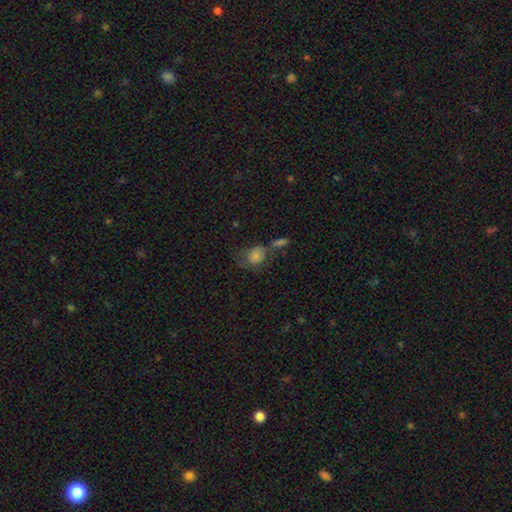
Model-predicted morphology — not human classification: Smooth or featured?
  - smooth: 67% *
  - featured or disk: 19%
  - star or artifact: 13%
How rounded?
  - round: 54% *
  - in between: 45%
  - cigar-shaped: 2%
Merging?
  - none: 39% *
  - merger: 26%
  - minor disturbance: 20%
  - major disturbance: 16%